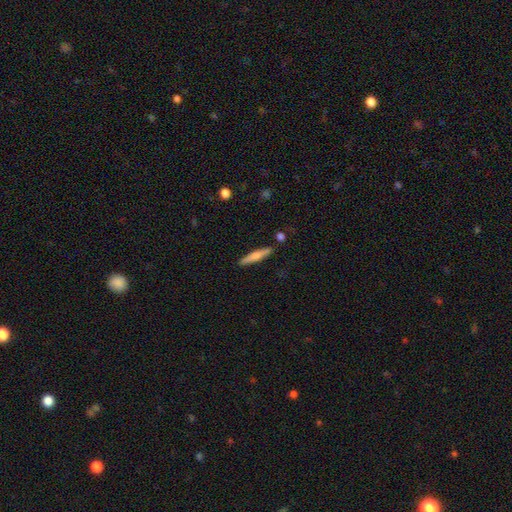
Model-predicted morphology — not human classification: type=smooth (60%); roundness=cigar-shaped (91%); merging=none (88%).